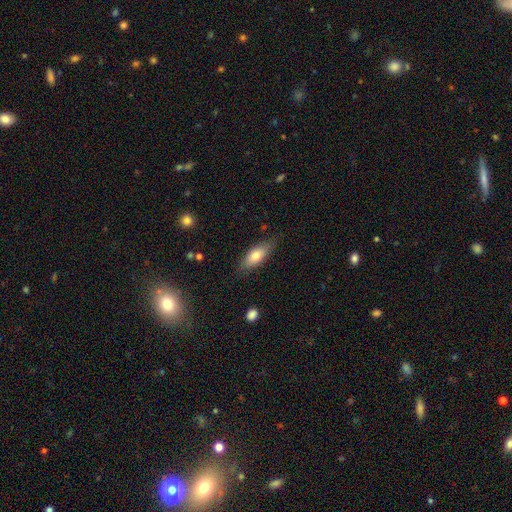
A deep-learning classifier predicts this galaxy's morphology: smooth 73%, featured or disk 20%, star or artifact 7%. Down the decision tree: how rounded — in between (74%); merging — none (80%).